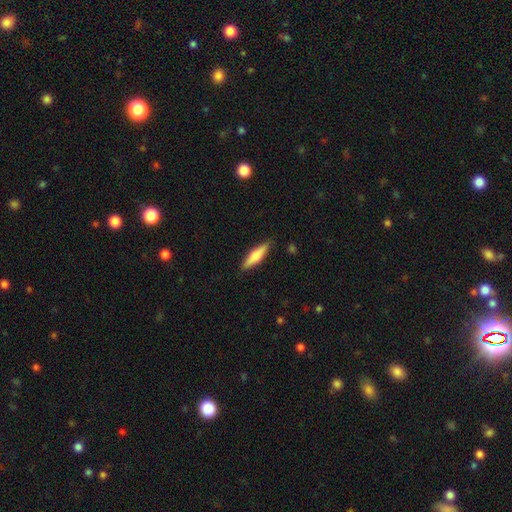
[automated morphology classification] Overall: smooth (60%; featured or disk 34%). How rounded: cigar-shaped (70%). Merging: none (87%).